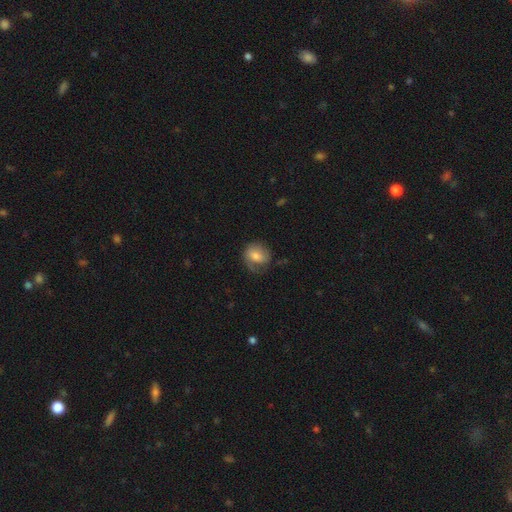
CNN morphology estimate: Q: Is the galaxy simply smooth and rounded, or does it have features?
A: smooth — 59%.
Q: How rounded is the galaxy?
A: round — 64%.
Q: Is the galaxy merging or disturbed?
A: none — 55%.